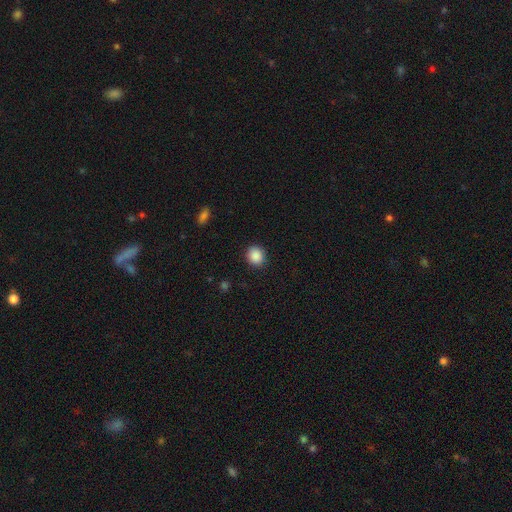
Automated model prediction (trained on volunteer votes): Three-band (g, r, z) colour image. It shows a smooth galaxy with no disk features (88%) that is round (78%). Merging: none (89%).